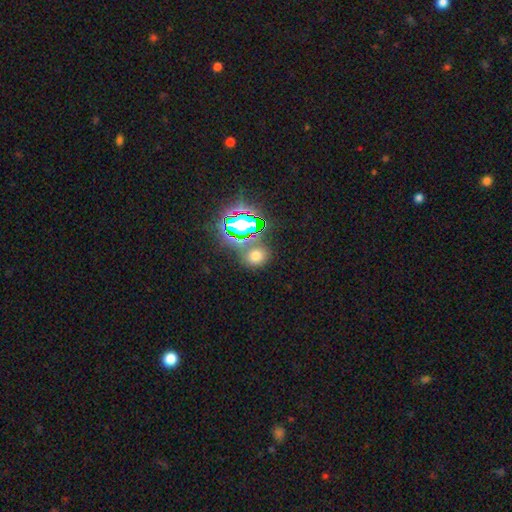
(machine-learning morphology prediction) This is possibly a smooth galaxy (58%). How rounded: likely round (67%). Merging: likely none (74%).